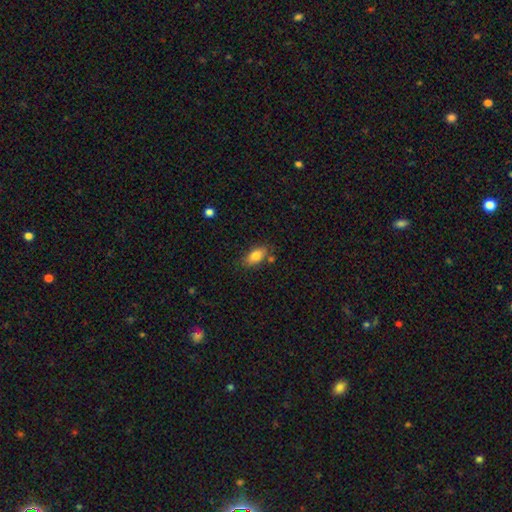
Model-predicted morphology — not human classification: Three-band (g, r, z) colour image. It shows a smooth galaxy with no disk features (82%) that is in between round and cigar-shaped (89%). Merging: none (73%).